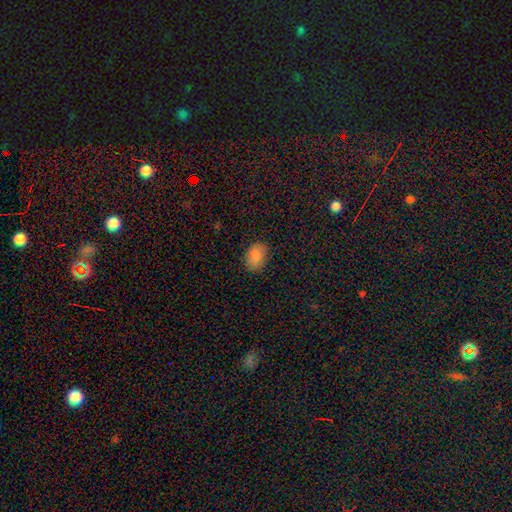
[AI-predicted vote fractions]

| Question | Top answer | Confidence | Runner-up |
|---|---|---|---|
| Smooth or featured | smooth | 85% | star or artifact (8%) |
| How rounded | in between | 83% | round (16%) |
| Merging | none | 82% | minor disturbance (14%) |